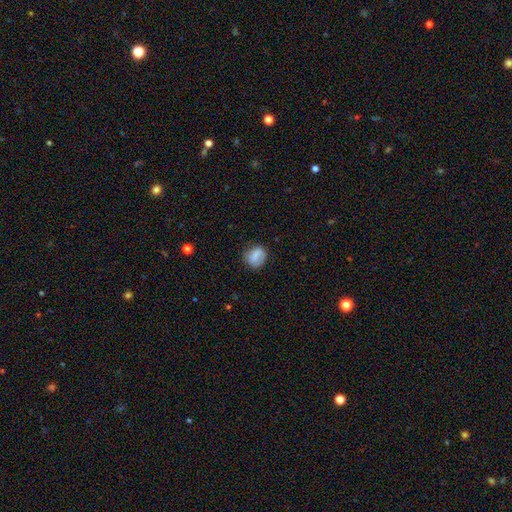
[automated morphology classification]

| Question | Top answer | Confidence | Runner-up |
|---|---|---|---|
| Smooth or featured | smooth | 72% | featured or disk (19%) |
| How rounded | round | 65% | in between (33%) |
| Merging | none | 72% | minor disturbance (20%) |